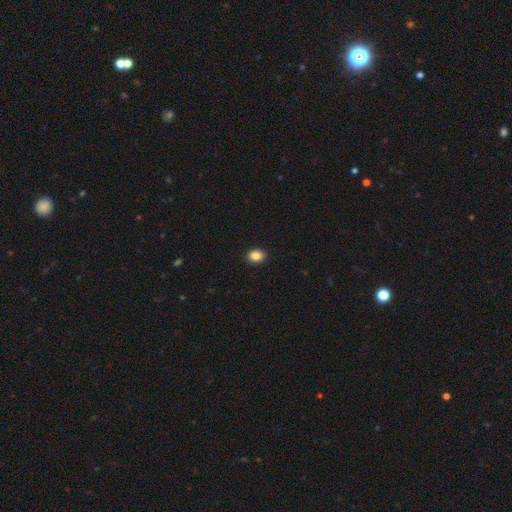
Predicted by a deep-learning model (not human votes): This is clearly a smooth galaxy (87%). How rounded: likely in between (62%). Merging: clearly none (92%).